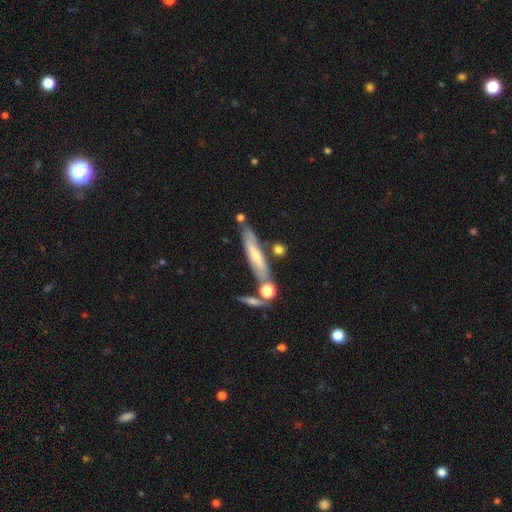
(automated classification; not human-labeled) Q: Smooth or featured?
A: featured or disk (54%); runner-up: smooth (39%)
Q: Edge-on disk?
A: yes (74%); runner-up: no (26%)
Q: Merging?
A: none (68%); runner-up: minor disturbance (14%)